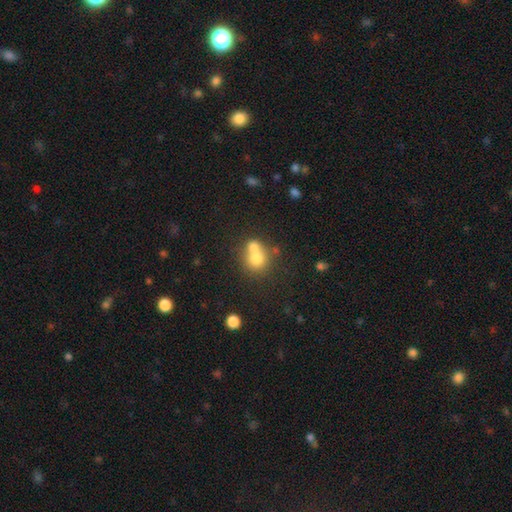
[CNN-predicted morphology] A smooth galaxy with no disk features (73%) that is round (79%).

Vote fractions:
- Smooth or featured? smooth: 73% / featured or disk: 16% / star or artifact: 11%
- How rounded? round: 79% / in between: 20% / cigar-shaped: 1%
- Merging? merger: 57% / none: 32% / minor disturbance: 7% / major disturbance: 3%